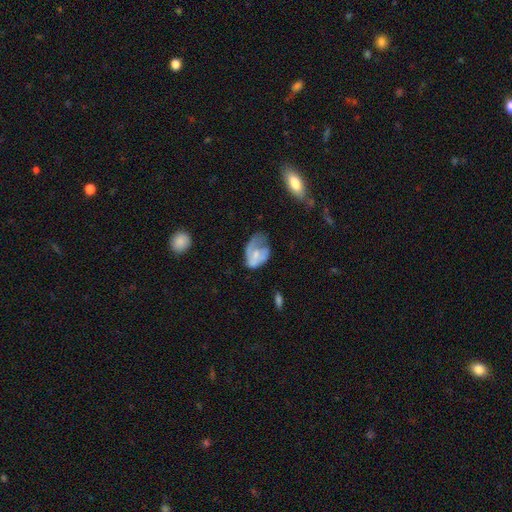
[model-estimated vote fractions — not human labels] Smooth or featured? featured or disk (49%)
Merging? major disturbance (45%)